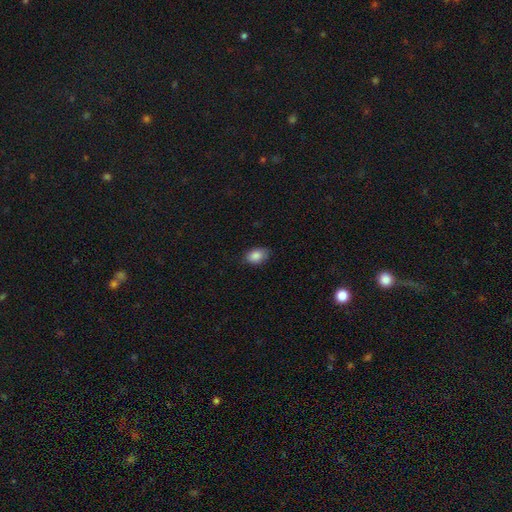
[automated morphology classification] Overall: smooth (86%). How rounded: in between (86%). Merging: none (76%).